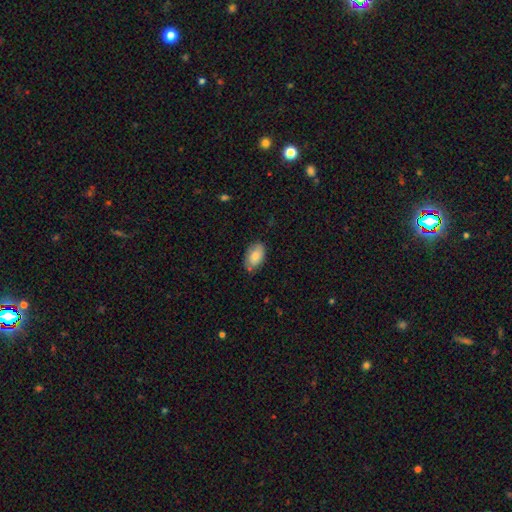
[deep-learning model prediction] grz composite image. It shows a smooth galaxy with no disk features (79%) that is in between round and cigar-shaped (92%). Merging: none (74%).